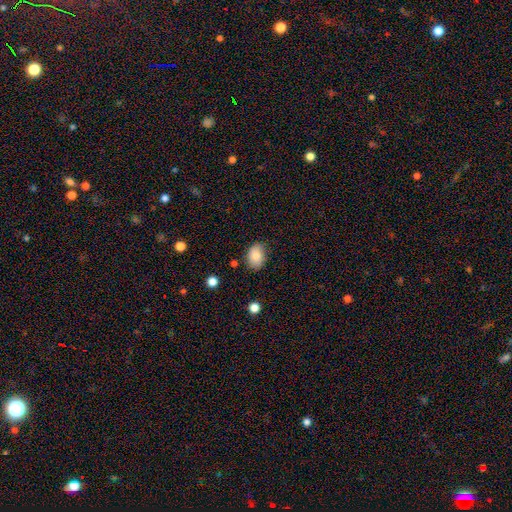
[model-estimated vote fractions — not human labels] This is clearly a smooth galaxy (83%). How rounded: clearly in between (80%). Merging: likely none (74%).